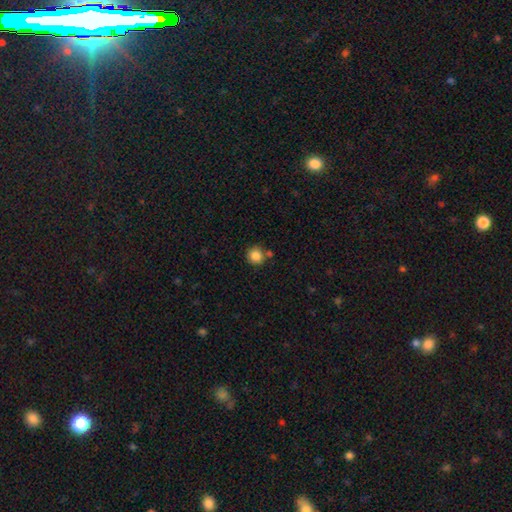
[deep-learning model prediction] This appears to be a smooth galaxy with no disk features (85%) that is round (92%). Merging: none (75%).